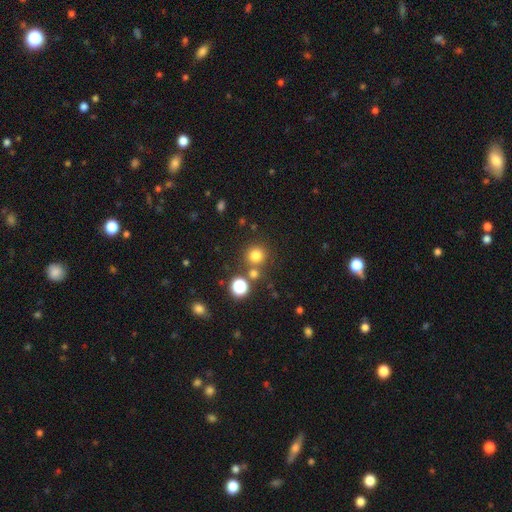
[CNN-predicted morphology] smooth 76%, star or artifact 18%, featured or disk 6%. Down the decision tree: how rounded — round (92%); merging — none (76%).